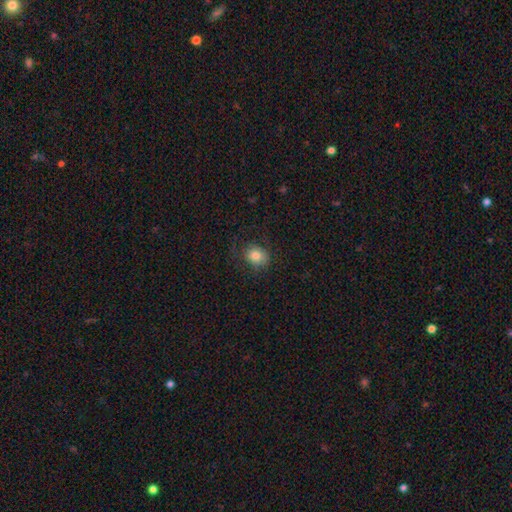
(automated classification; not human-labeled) The model was most divided on "how rounded": round: 59%, in between: 40%, cigar-shaped: 1%. More confident: smooth or featured — smooth (81%); merging — none (73%).